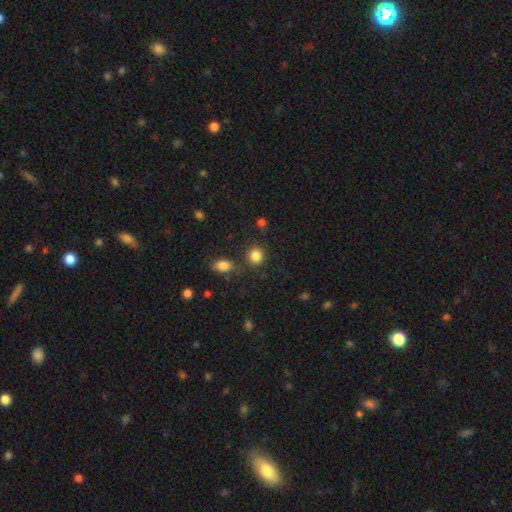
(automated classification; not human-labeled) This appears to be a smooth galaxy with no disk features (85%) that is round (78%). Merging: none (80%).